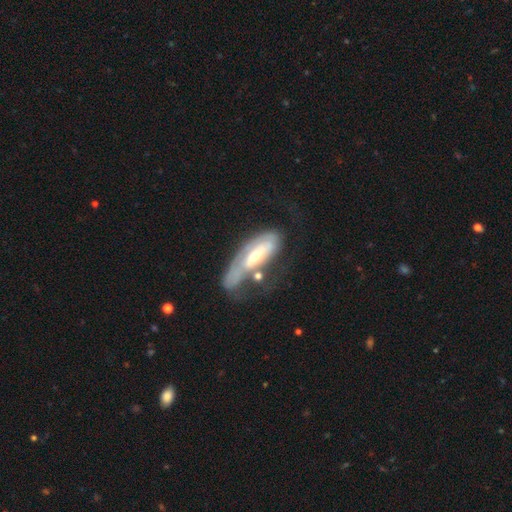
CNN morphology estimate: Smooth or featured? Predicted: featured or disk (p=0.62). Edge-on disk? Predicted: no (p=0.80). Merging? Predicted: major disturbance (p=0.34).